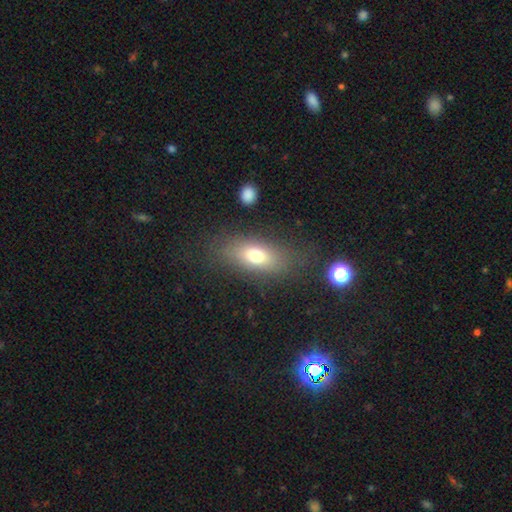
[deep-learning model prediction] Smooth or featured? smooth (70%)
How rounded? in between (78%)
Merging? none (74%)